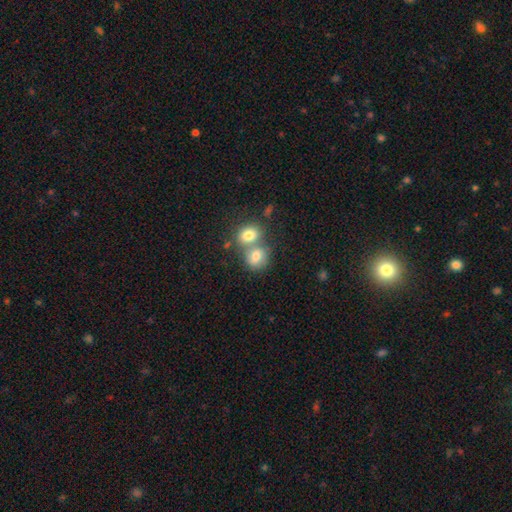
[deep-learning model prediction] Smooth or featured? smooth (75%)
How rounded? round (59%)
Merging? merger (54%)